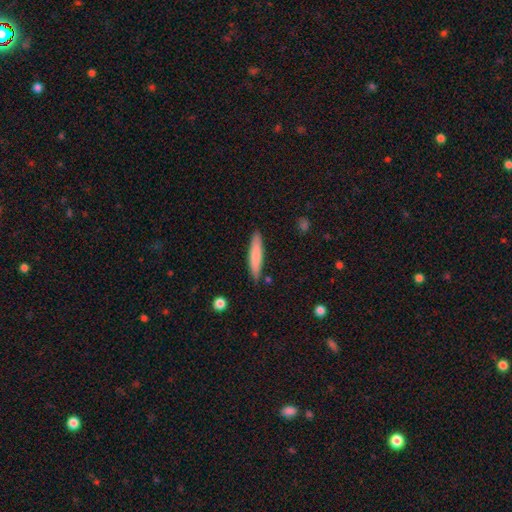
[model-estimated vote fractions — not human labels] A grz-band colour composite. It shows a smooth galaxy with no disk features (76%) that is cigar-shaped (88%). Merging: none (86%).